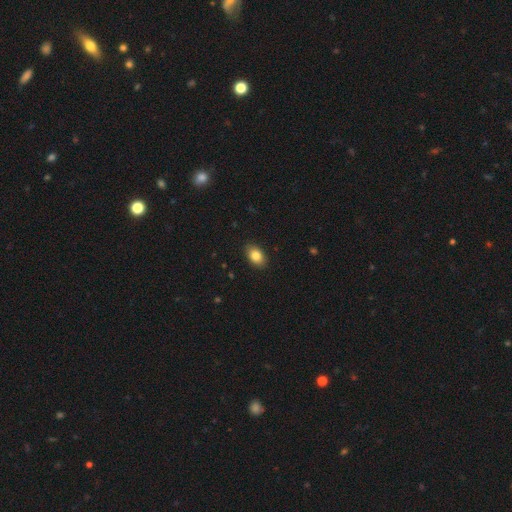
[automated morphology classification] This appears to be a smooth galaxy with no disk features (84%) that is in between round and cigar-shaped (87%). Merging: none (88%).